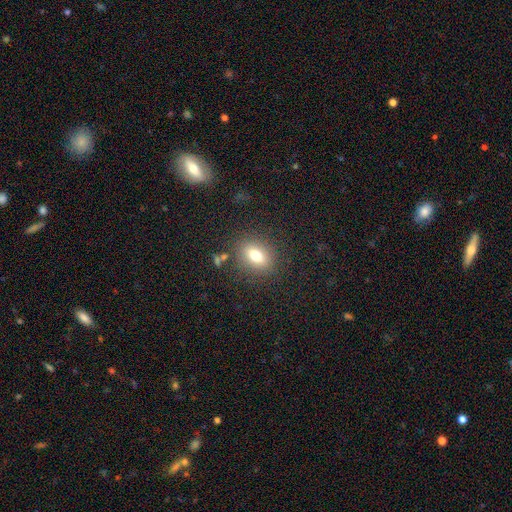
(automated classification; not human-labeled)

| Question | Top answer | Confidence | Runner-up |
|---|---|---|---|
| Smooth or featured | smooth | 75% | featured or disk (14%) |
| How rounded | in between | 66% | round (31%) |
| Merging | none | 84% | minor disturbance (10%) |